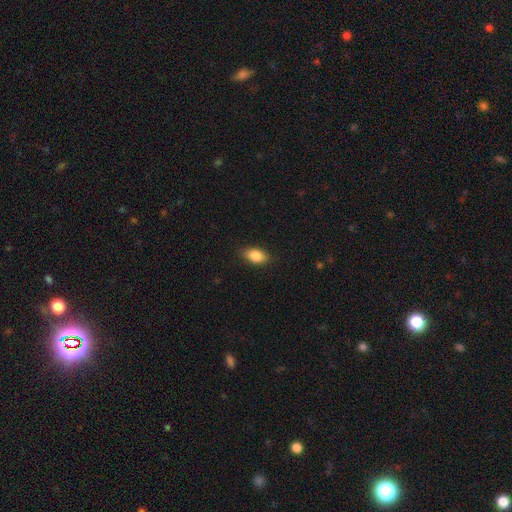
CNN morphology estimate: The model was most divided on "merging": none: 86%, minor disturbance: 11%, major disturbance: 2%, merger: 1%. More confident: how rounded — in between (90%); smooth or featured — smooth (87%).